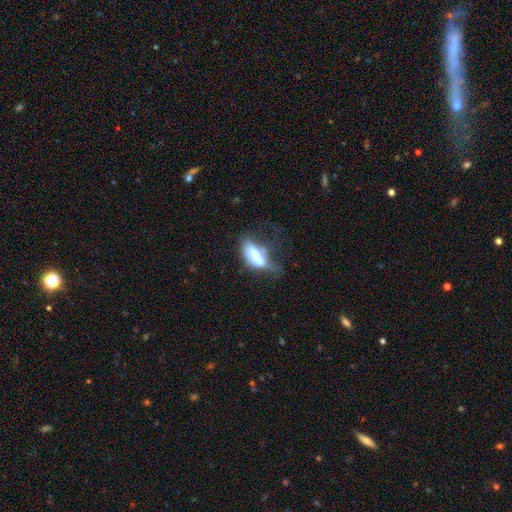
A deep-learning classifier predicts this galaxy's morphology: The model was most divided on "merging": major disturbance: 43%, minor disturbance: 26%, none: 23%, merger: 8%. More confident: how rounded — in between (80%); smooth or featured — smooth (56%).